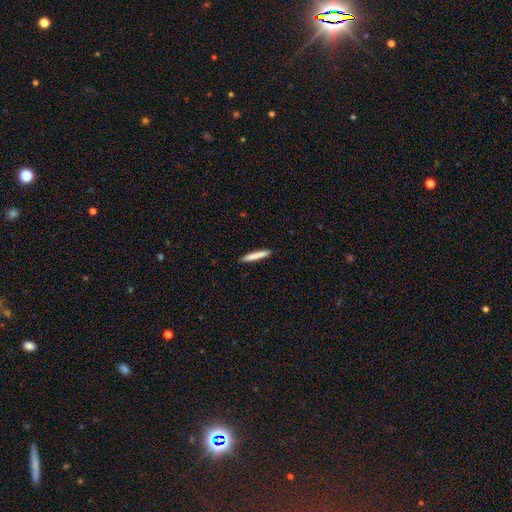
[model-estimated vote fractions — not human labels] Smooth or featured?
  - smooth: 80% *
  - featured or disk: 15%
  - star or artifact: 6%
How rounded?
  - cigar-shaped: 95% *
  - in between: 4%
  - round: 1%
Merging?
  - none: 91% *
  - minor disturbance: 6%
  - major disturbance: 1%
  - merger: 1%